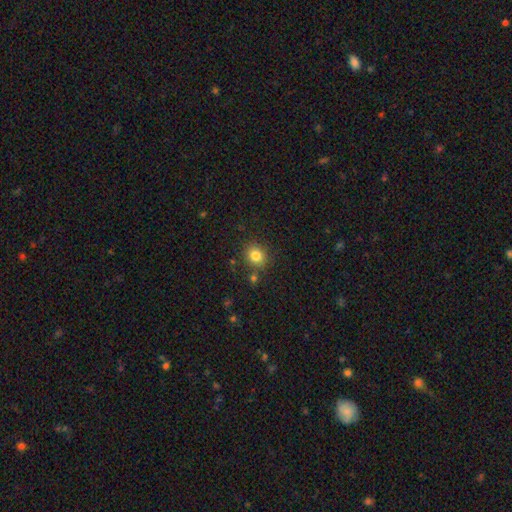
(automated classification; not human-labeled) Q: Smooth or featured?
A: smooth (82%); runner-up: star or artifact (12%)
Q: How rounded?
A: round (74%); runner-up: in between (25%)
Q: Merging?
A: none (82%); runner-up: minor disturbance (10%)